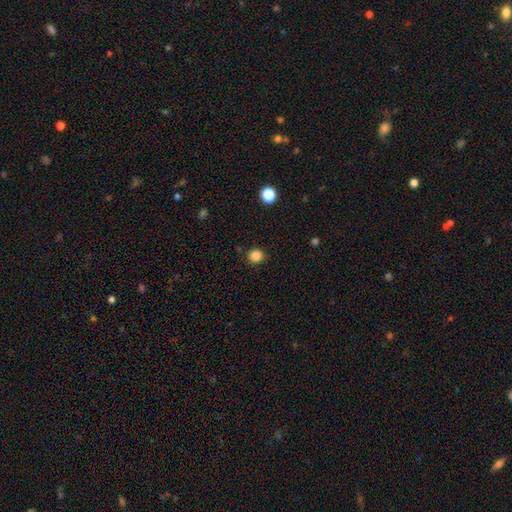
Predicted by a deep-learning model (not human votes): Smooth or featured? smooth (85%)
How rounded? round (93%)
Merging? none (90%)